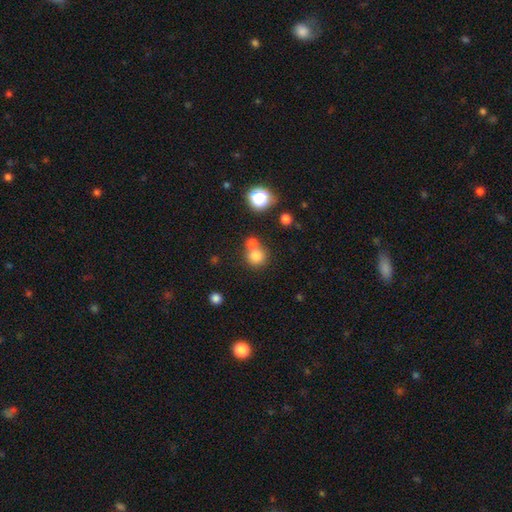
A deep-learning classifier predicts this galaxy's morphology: smooth_or_featured: smooth (p=0.78) [alt: star or artifact p=0.14]
how_rounded: round (p=0.90) [alt: in between p=0.09]
merging: none (p=0.55) [alt: merger p=0.35]